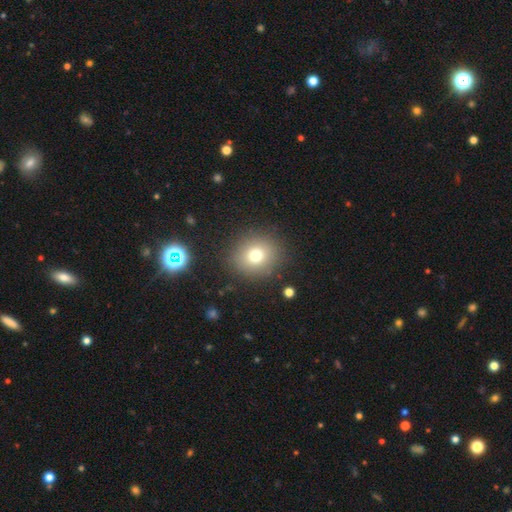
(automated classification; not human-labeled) A smooth galaxy with no disk features (73%) that is round (82%).

Vote fractions:
- Smooth or featured? smooth: 73% / star or artifact: 16% / featured or disk: 11%
- How rounded? round: 82% / in between: 17% / cigar-shaped: 1%
- Merging? none: 88% / minor disturbance: 7% / major disturbance: 3% / merger: 2%